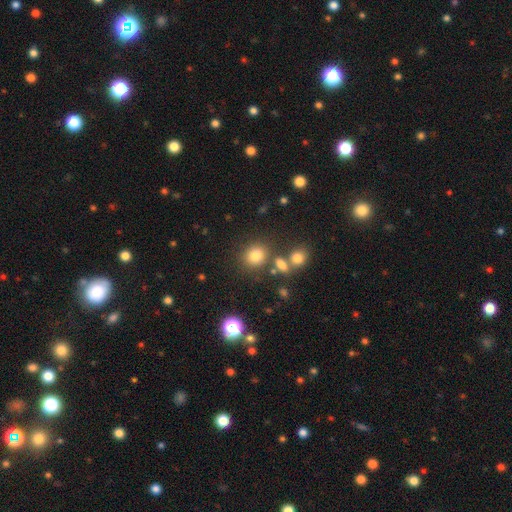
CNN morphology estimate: smooth 78%, star or artifact 15%, featured or disk 7%. Down the decision tree: how rounded — round (73%); merging — none (71%).